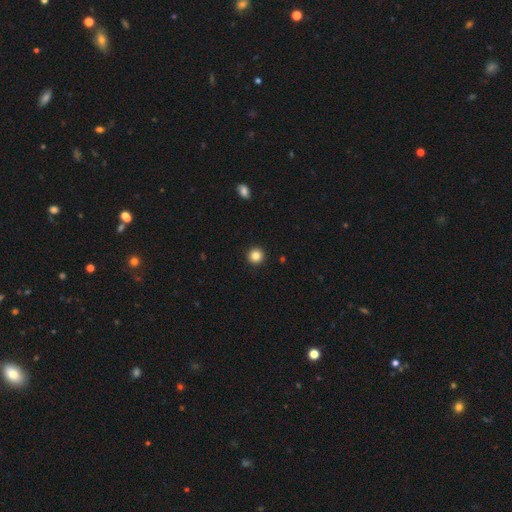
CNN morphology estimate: This appears to be a smooth galaxy with no disk features (85%) that is round (96%). Merging: none (94%).